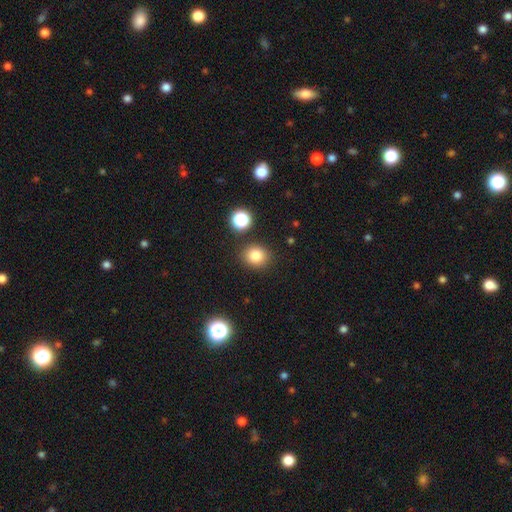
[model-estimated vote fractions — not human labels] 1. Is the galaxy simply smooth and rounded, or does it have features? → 81% smooth, 13% star or artifact, 6% featured or disk.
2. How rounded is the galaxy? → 74% round, 25% in between, 1% cigar-shaped.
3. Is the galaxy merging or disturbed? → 86% none, 8% minor disturbance, 4% merger, 3% major disturbance.